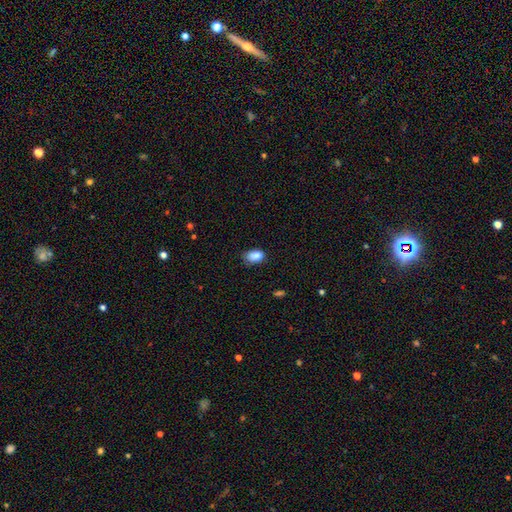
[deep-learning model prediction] smooth-or-featured: smooth: 87% | star or artifact: 9% | featured or disk: 5%
  how-rounded: in between: 86% | round: 12% | cigar-shaped: 2%
  merging: none: 65% | minor disturbance: 29% | major disturbance: 5% | merger: 2%